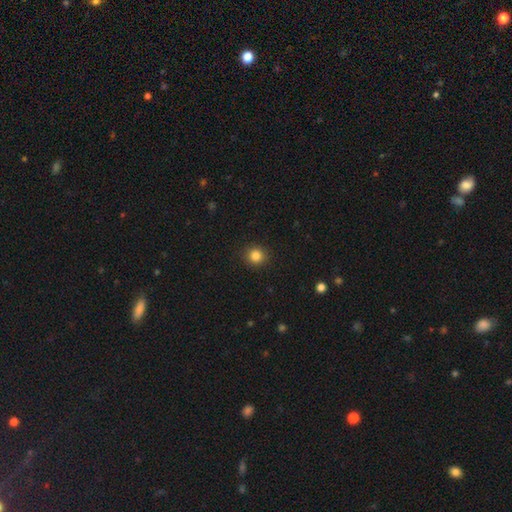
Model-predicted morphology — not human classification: The model was most divided on "smooth or featured": smooth: 84%, star or artifact: 11%, featured or disk: 5%. More confident: merging — none (92%); how rounded — round (91%).